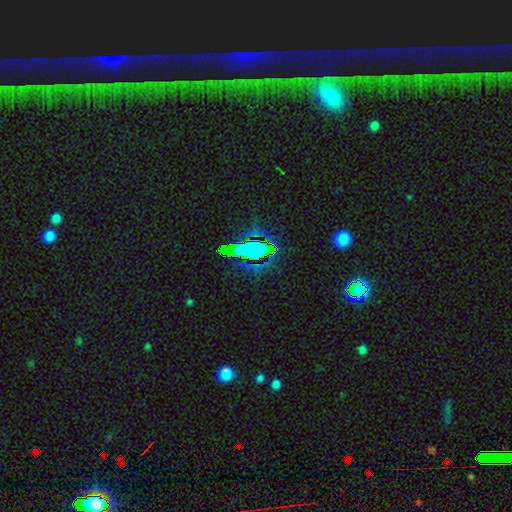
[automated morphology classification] star or artifact 68%, smooth 21%, featured or disk 11%.